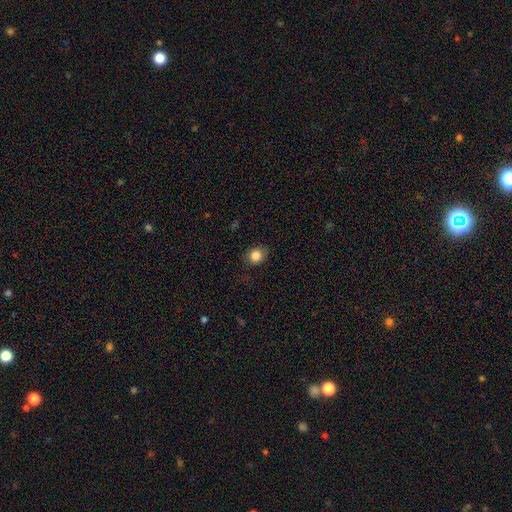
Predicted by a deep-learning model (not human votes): The model was most divided on "how rounded": round: 70%, in between: 29%, cigar-shaped: 1%. More confident: merging — none (83%); smooth or featured — smooth (83%).